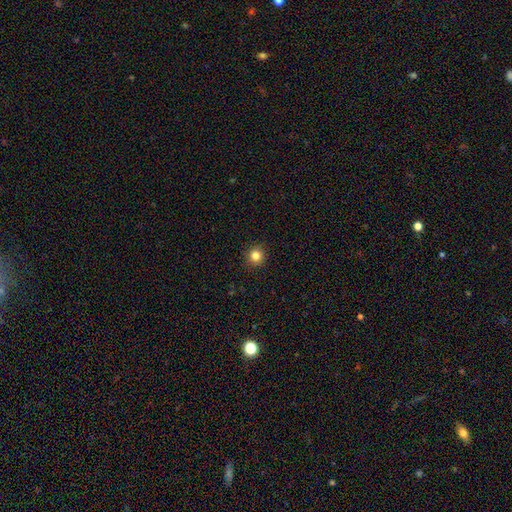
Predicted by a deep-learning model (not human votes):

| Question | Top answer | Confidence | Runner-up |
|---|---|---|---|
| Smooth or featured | smooth | 84% | star or artifact (11%) |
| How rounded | round | 93% | in between (6%) |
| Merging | none | 92% | minor disturbance (5%) |